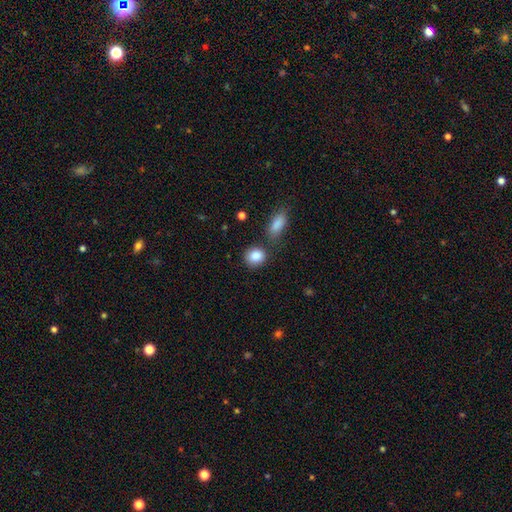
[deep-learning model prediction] This is clearly a smooth galaxy (87%). How rounded: likely round (70%). Merging: likely none (72%).